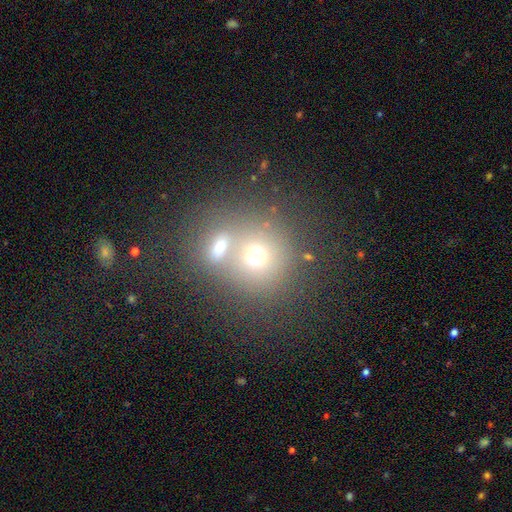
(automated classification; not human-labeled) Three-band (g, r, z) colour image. It shows a smooth galaxy with no disk features (63%) that is round (83%). Merging: merger (60%).